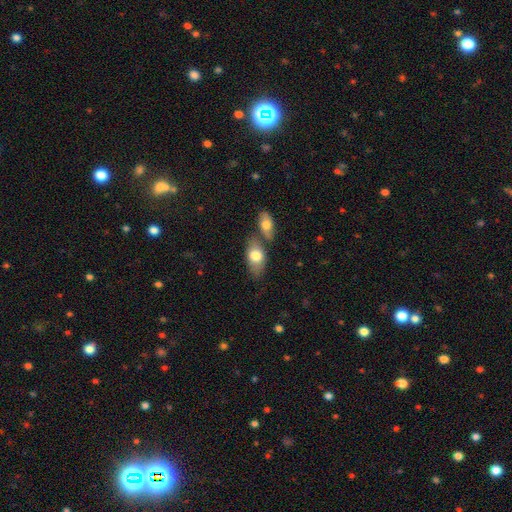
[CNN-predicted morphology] smooth_or_featured: smooth (p=0.73) [alt: featured or disk p=0.21]
how_rounded: in between (p=0.89) [alt: round p=0.06]
merging: none (p=0.53) [alt: merger p=0.28]